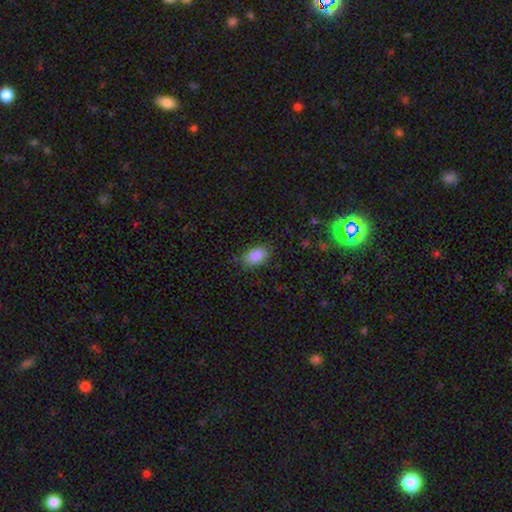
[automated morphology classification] This appears to be a smooth galaxy with no disk features (89%) that is in between round and cigar-shaped (92%). Merging: none (80%).